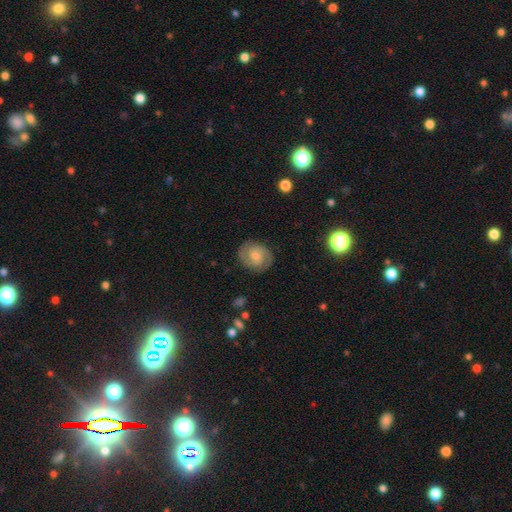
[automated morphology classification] The model was most divided on "spiral winding": tight: 46%, medium: 43%, loose: 11%. Remaining: edge-on disk — no (98%); spiral arms — yes (91%); spiral arm count — 2 (88%); merging — none (84%); smooth or featured — featured or disk (68%); bar — no (57%); bulge size — small (47%).